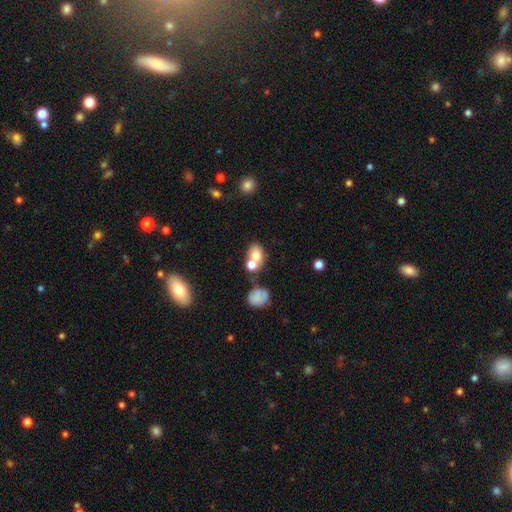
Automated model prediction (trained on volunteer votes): smooth 73%, featured or disk 16%, star or artifact 11%. Down the decision tree: how rounded — in between (61%); merging — merger (48%).